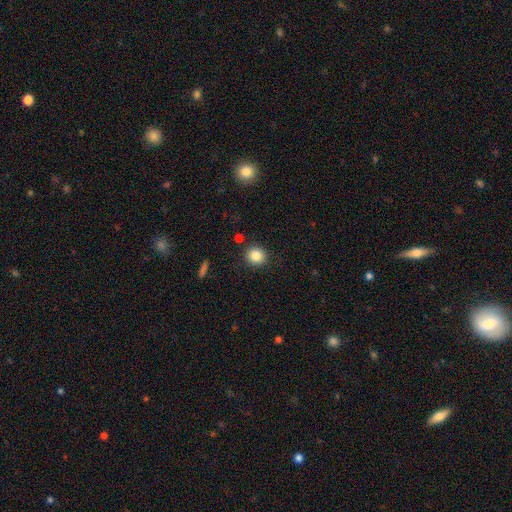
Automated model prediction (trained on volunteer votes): smooth-or-featured: smooth: 84% | star or artifact: 10% | featured or disk: 6%
  how-rounded: round: 88% | in between: 11% | cigar-shaped: 1%
  merging: none: 88% | minor disturbance: 7% | major disturbance: 2% | merger: 2%